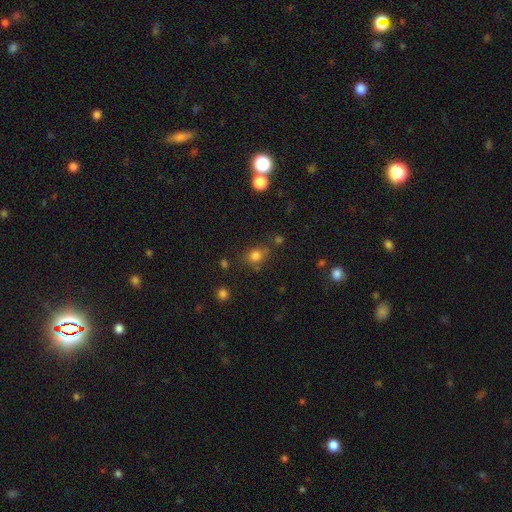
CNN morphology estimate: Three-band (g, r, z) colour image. It shows a smooth galaxy with no disk features (77%) that is round (71%). Merging: none (67%).